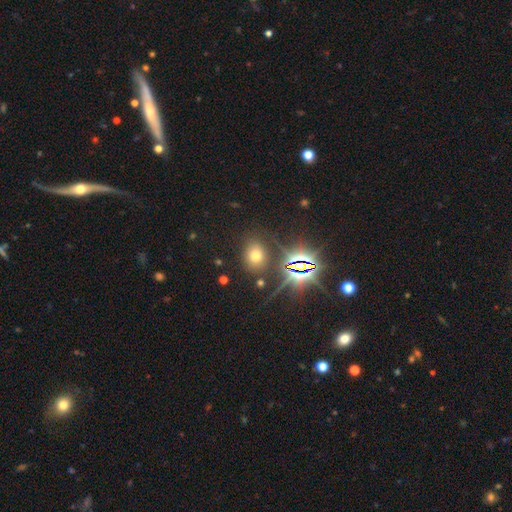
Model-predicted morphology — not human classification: smooth-or-featured: smooth: 59% | star or artifact: 31% | featured or disk: 10%
  how-rounded: round: 51% | in between: 47% | cigar-shaped: 2%
  merging: none: 82% | minor disturbance: 10% | major disturbance: 4% | merger: 4%